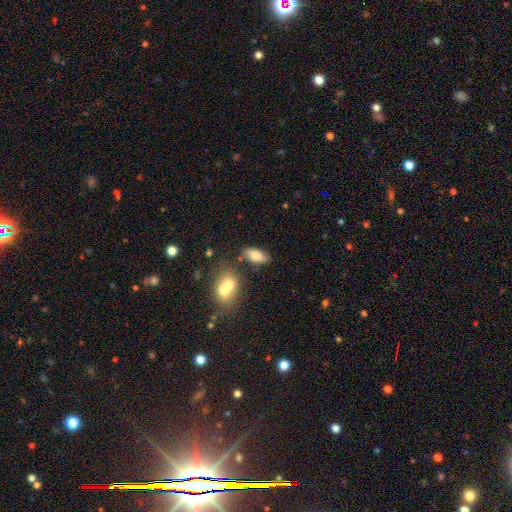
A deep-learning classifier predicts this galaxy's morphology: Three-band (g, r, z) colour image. It shows a smooth galaxy with no disk features (78%) that is in between round and cigar-shaped (89%). Merging: none (75%).